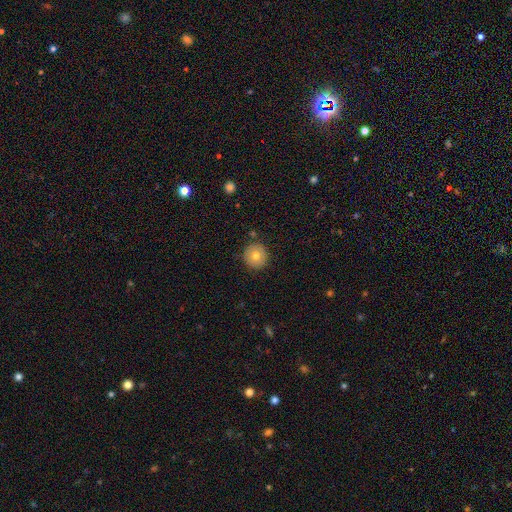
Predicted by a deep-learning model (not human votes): Smooth or featured? Predicted: smooth (p=0.78). How rounded? Predicted: round (p=0.94). Merging? Predicted: none (p=0.89).